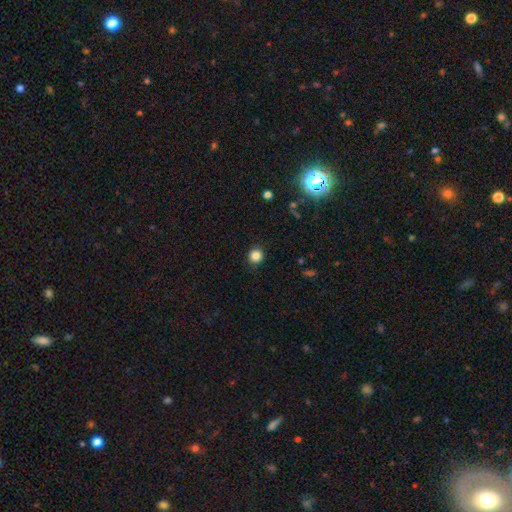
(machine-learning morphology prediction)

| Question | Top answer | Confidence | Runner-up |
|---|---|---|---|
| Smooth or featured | smooth | 84% | star or artifact (12%) |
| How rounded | round | 92% | in between (7%) |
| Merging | none | 90% | minor disturbance (7%) |